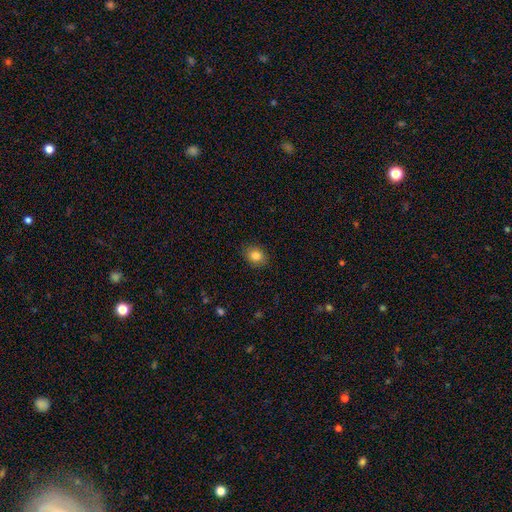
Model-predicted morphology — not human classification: type=smooth (83%); roundness=in between (55%); merging=none (87%).